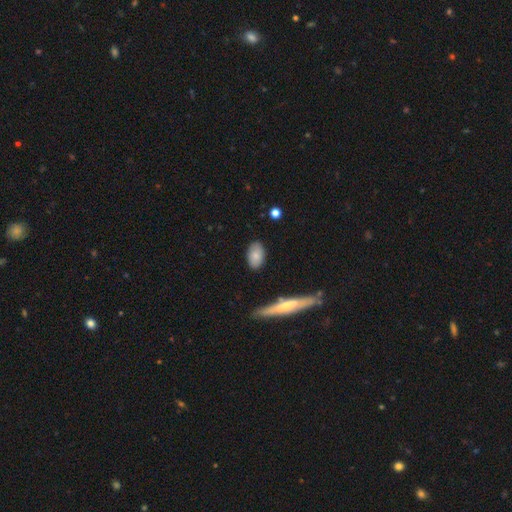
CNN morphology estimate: Smooth or featured? Predicted: smooth (p=0.80). How rounded? Predicted: in between (p=0.91). Merging? Predicted: none (p=0.82).